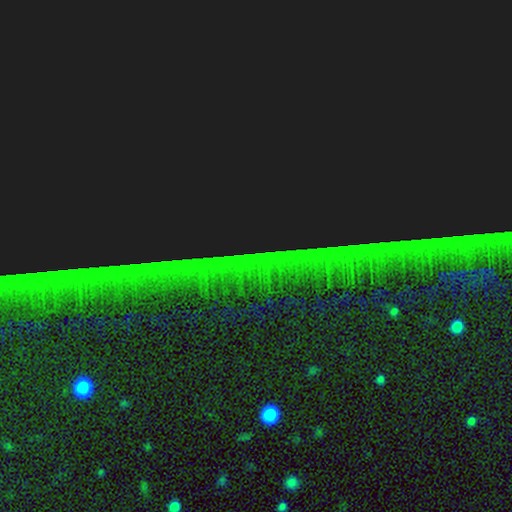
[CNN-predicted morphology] Smooth or featured: star or artifact — 88% (featured or disk — 6%)